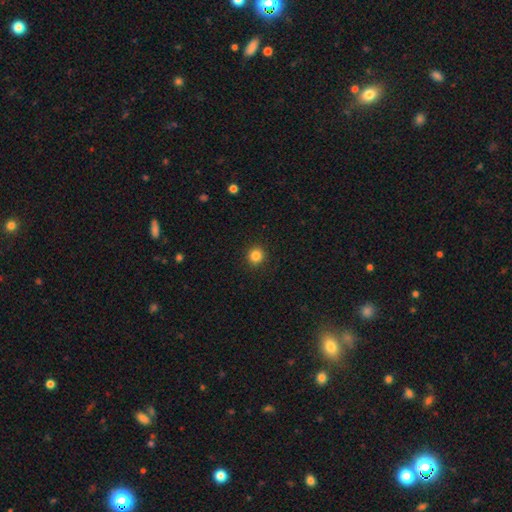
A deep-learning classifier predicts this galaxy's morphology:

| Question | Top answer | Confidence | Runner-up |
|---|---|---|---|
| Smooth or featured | smooth | 85% | star or artifact (11%) |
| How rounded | round | 94% | in between (5%) |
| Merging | none | 93% | minor disturbance (5%) |